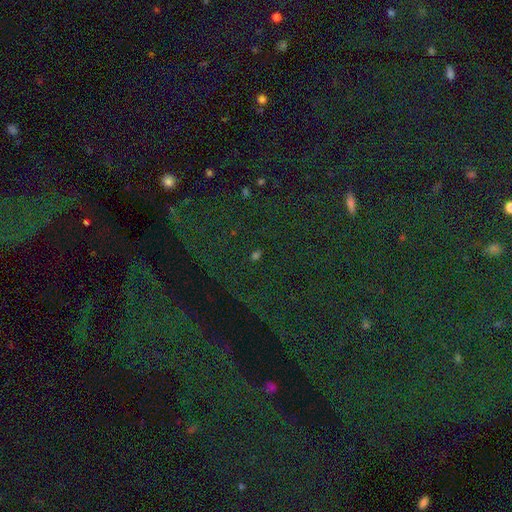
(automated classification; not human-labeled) Smooth or featured? Predicted: star or artifact (p=0.69).